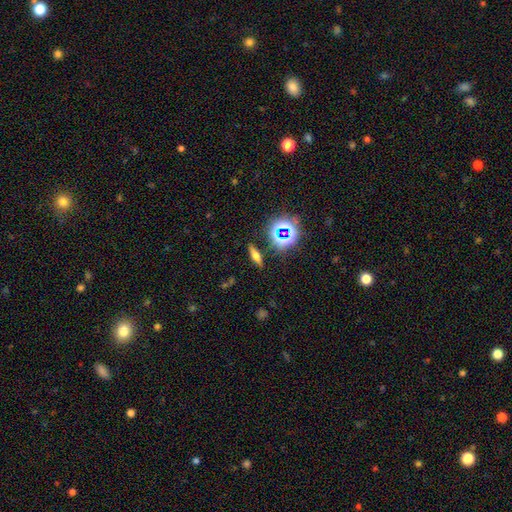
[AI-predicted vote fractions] The model was most divided on "smooth or featured": smooth: 44%, featured or disk: 33%, star or artifact: 23%. More confident: merging — none (86%).